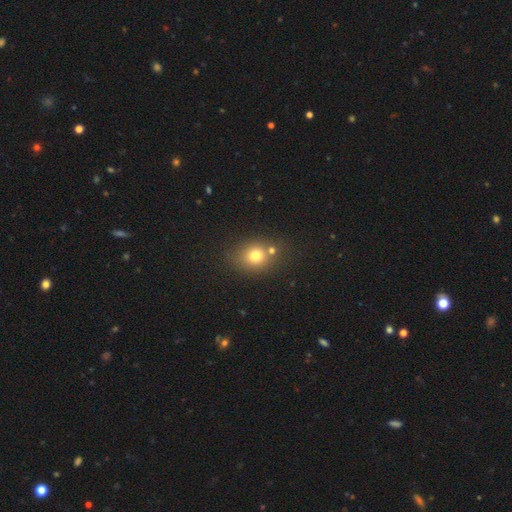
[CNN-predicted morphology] Overall: smooth (75%). How rounded: round (66%; in between 33%). Merging: none (63%).